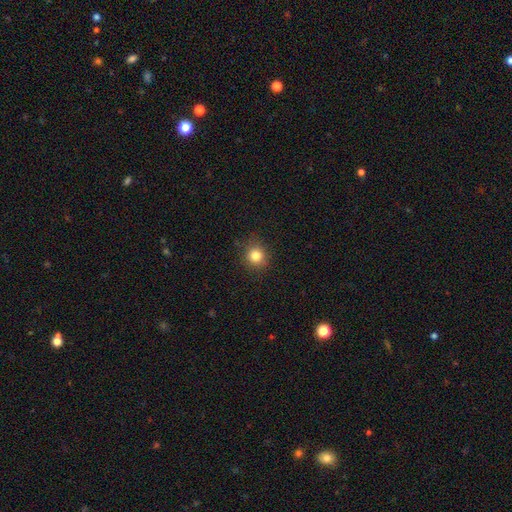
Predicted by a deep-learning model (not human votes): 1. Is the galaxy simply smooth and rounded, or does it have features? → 82% smooth, 12% star or artifact, 6% featured or disk.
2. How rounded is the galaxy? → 87% round, 12% in between, 1% cigar-shaped.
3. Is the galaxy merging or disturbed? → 87% none, 9% minor disturbance, 3% major disturbance, 1% merger.